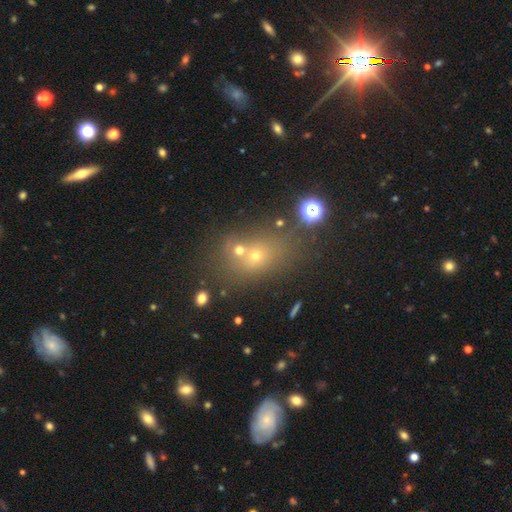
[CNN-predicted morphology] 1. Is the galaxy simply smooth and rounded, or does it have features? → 58% smooth, 25% star or artifact, 18% featured or disk.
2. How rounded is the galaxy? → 53% round, 45% in between, 2% cigar-shaped.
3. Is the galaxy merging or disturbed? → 43% none, 40% merger, 11% minor disturbance, 7% major disturbance.